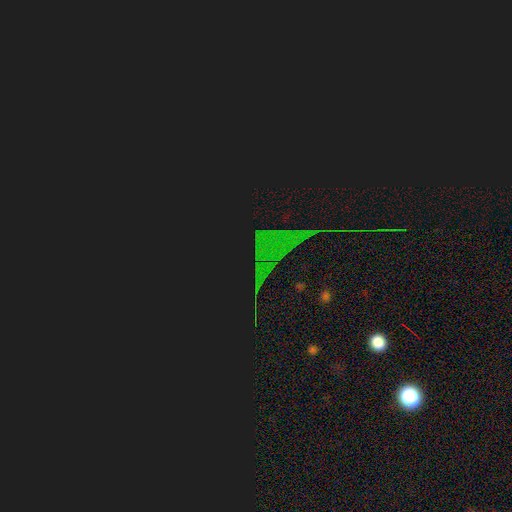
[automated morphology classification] This is clearly a star or artifact rather than a galaxy (81%).